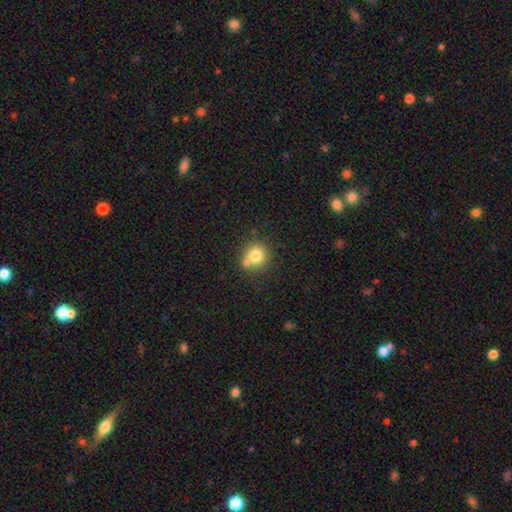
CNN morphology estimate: A smooth galaxy with no disk features (77%) that is round (84%). Merging: none (57%).